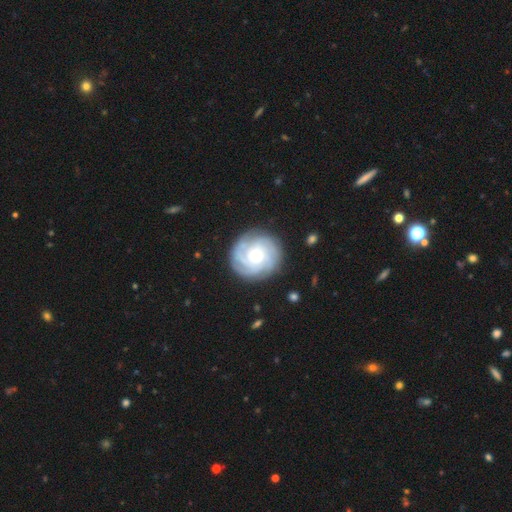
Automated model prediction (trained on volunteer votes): Smooth or featured? featured or disk (80%)
Edge-on disk? no (98%)
Bar? no (77%)
Spiral arms? yes (96%)
Spiral winding? tight (76%)
Spiral arm count? can't tell (29%)
Bulge size? moderate (54%)
Merging? none (85%)